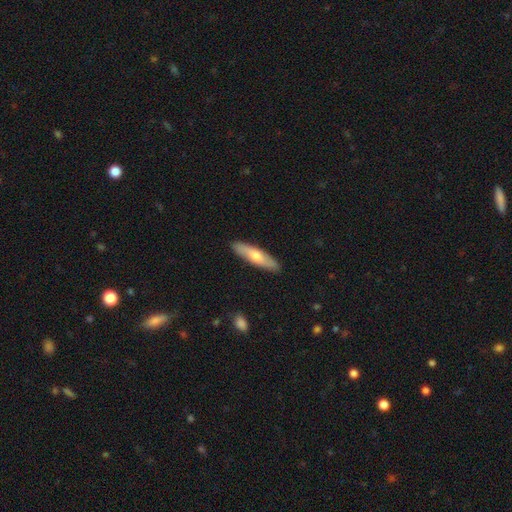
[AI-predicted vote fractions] smooth 60%, featured or disk 35%, star or artifact 5%. Down the decision tree: how rounded — cigar-shaped (73%); merging — none (89%).